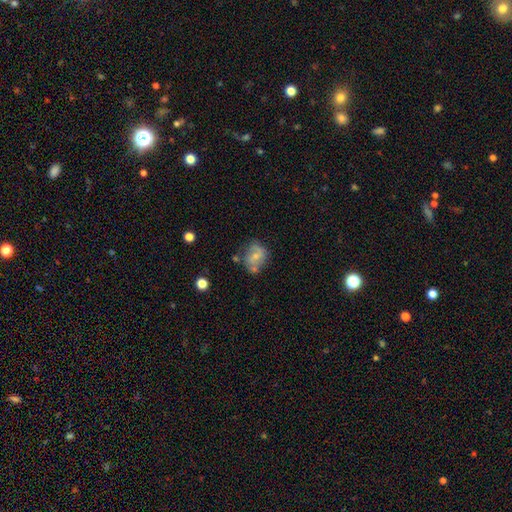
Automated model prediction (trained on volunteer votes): The model was most divided on "how rounded": in between: 51%, round: 47%, cigar-shaped: 2%. Remaining: smooth or featured — smooth (51%); merging — none (48%).